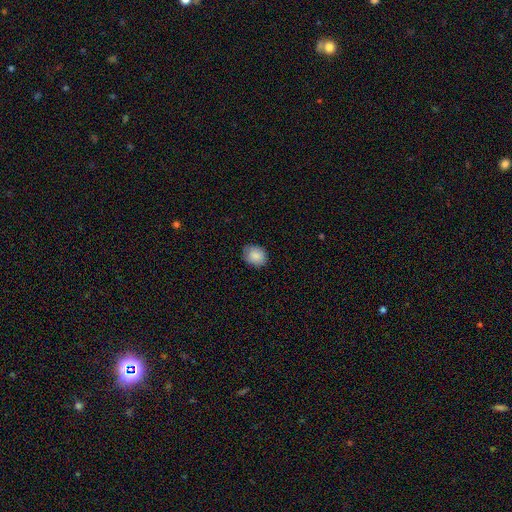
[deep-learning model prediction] Q: Smooth or featured?
A: smooth (88%); runner-up: star or artifact (7%)
Q: How rounded?
A: round (51%); runner-up: in between (48%)
Q: Merging?
A: none (80%); runner-up: minor disturbance (16%)